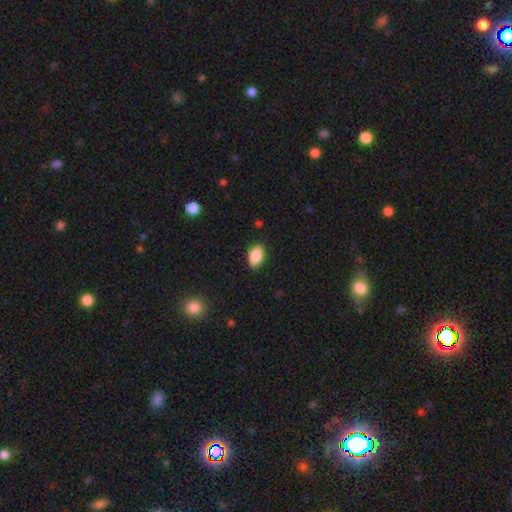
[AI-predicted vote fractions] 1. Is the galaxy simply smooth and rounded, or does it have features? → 88% smooth, 7% star or artifact, 4% featured or disk.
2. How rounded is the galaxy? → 92% in between, 6% round, 2% cigar-shaped.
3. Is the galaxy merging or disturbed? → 87% none, 10% minor disturbance, 2% major disturbance, 1% merger.